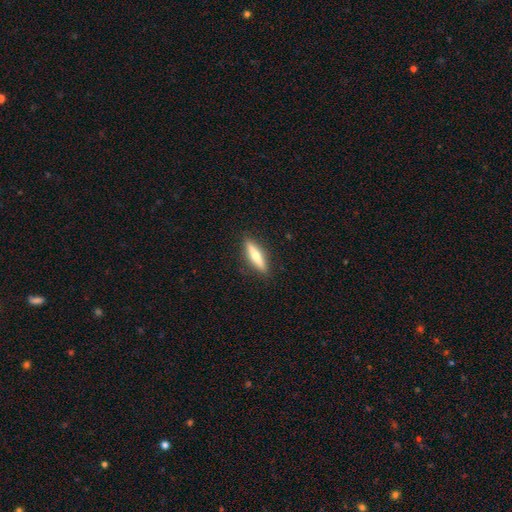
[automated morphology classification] The model was most divided on "smooth or featured": smooth: 48%, featured or disk: 46%, star or artifact: 6%. More confident: merging — none (90%).